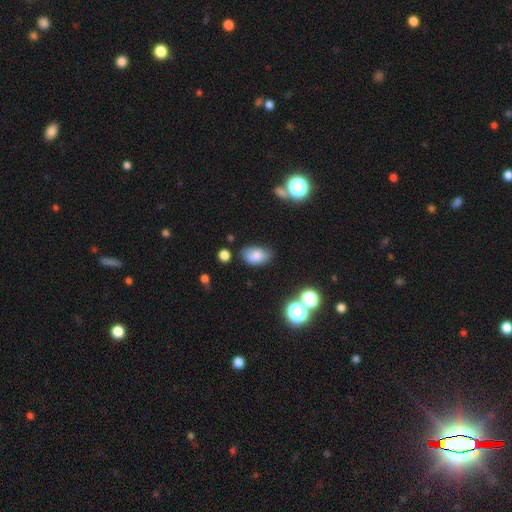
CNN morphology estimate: Smooth or featured? smooth (81%)
How rounded? in between (90%)
Merging? none (72%)